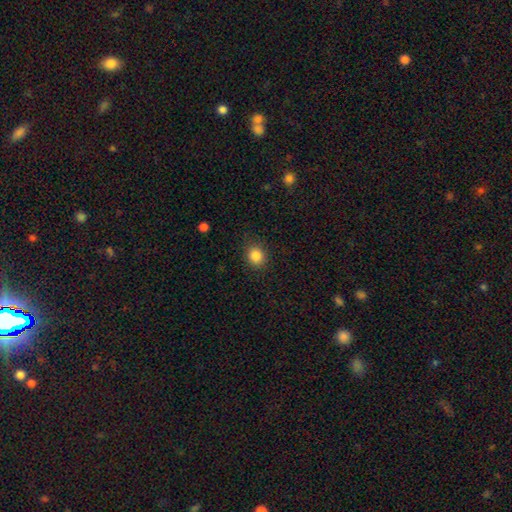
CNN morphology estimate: smooth-or-featured: smooth: 86% | star or artifact: 10% | featured or disk: 4%
  how-rounded: round: 72% | in between: 27% | cigar-shaped: 1%
  merging: none: 88% | minor disturbance: 8% | major disturbance: 3% | merger: 1%